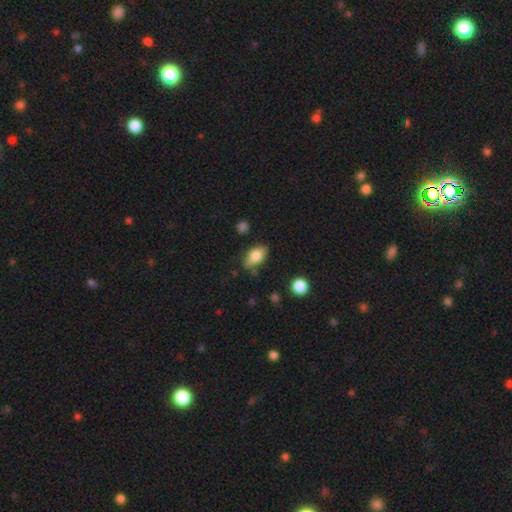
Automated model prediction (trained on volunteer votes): A smooth galaxy with no disk features (73%) that is in between round and cigar-shaped (85%).

Vote fractions:
- Smooth or featured? smooth: 73% / featured or disk: 19% / star or artifact: 8%
- How rounded? in between: 85% / round: 8% / cigar-shaped: 7%
- Merging? none: 67% / minor disturbance: 23% / major disturbance: 5% / merger: 4%